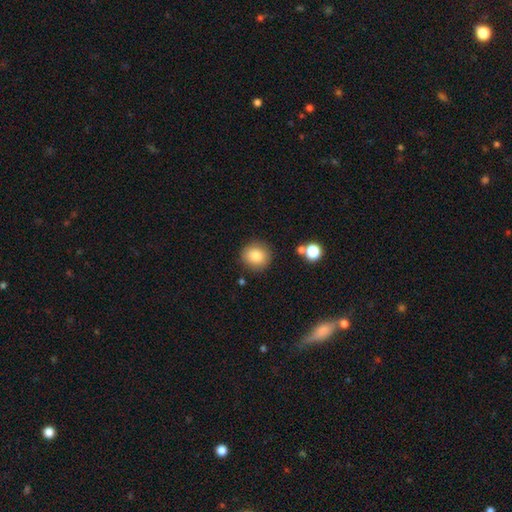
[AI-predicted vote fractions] Smooth or featured? Predicted: smooth (p=0.84). How rounded? Predicted: round (p=0.88). Merging? Predicted: none (p=0.86).